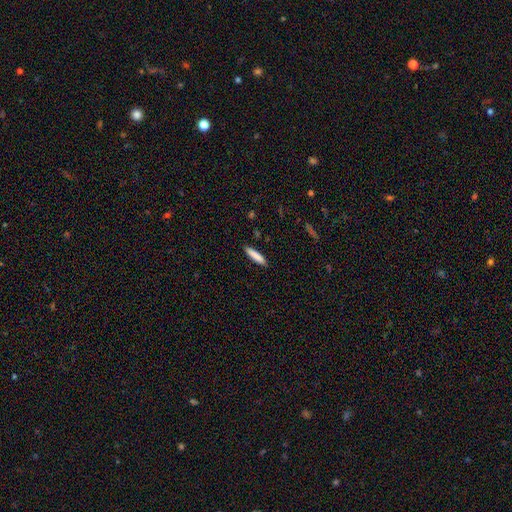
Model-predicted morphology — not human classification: The model was most divided on "how rounded": cigar-shaped: 83%, in between: 16%, round: 1%. More confident: merging — none (89%); smooth or featured — smooth (85%).